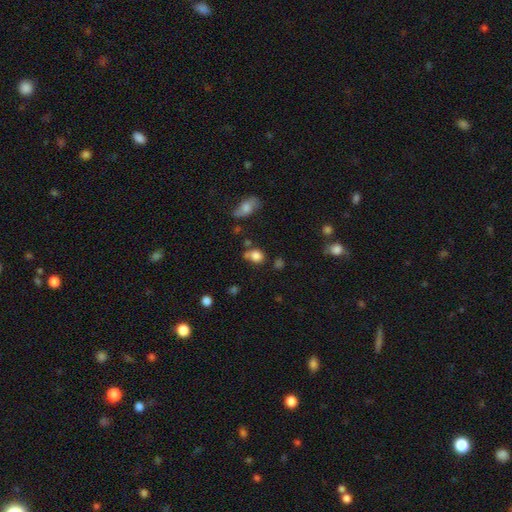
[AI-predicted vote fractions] This is clearly a smooth galaxy (81%). How rounded: possibly round (55%). Merging: possibly none (53%).